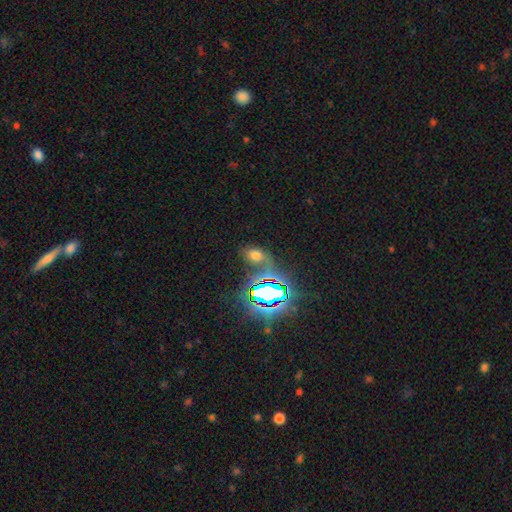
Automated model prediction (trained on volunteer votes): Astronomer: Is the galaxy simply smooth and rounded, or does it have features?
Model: smooth — 48% (runner-up: star or artifact, 40%).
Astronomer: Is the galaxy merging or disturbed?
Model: none — 59%.